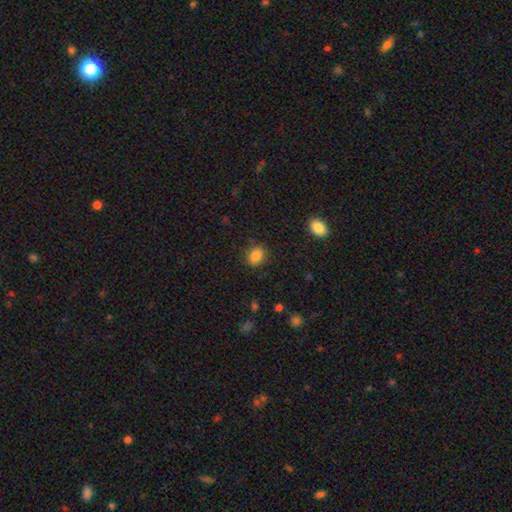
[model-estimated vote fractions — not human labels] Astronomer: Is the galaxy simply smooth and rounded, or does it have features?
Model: smooth — 85%.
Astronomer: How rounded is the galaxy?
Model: round — 53% (runner-up: in between, 46%).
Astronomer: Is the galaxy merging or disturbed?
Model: none — 86%.